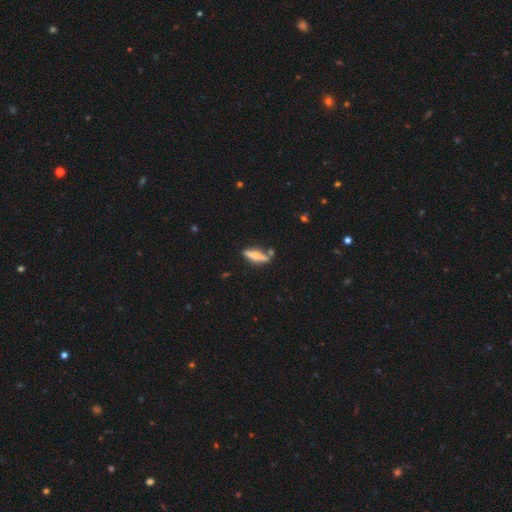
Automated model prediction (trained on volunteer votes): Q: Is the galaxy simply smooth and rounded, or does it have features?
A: smooth — 48%.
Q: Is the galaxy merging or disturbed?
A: none — 72%.